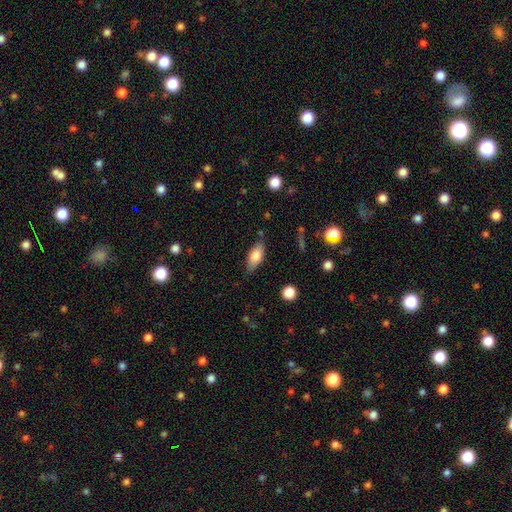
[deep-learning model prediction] smooth_or_featured: smooth (p=0.75) [alt: featured or disk p=0.18]
how_rounded: in between (p=0.83) [alt: cigar-shaped p=0.14]
merging: none (p=0.79) [alt: minor disturbance p=0.16]